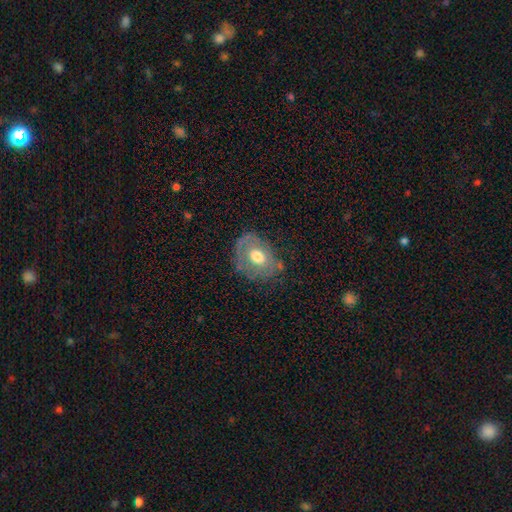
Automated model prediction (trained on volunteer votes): Overall: featured or disk (48%; smooth 44%). Merging: none (62%; minor disturbance 26%).